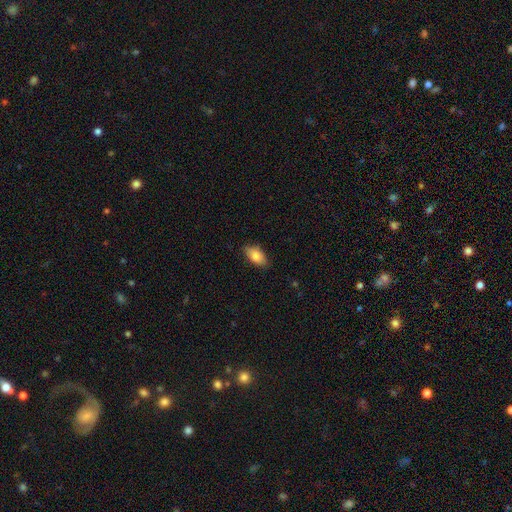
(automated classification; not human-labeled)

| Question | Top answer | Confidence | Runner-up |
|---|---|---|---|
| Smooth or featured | smooth | 83% | featured or disk (10%) |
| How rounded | in between | 91% | round (5%) |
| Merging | none | 81% | minor disturbance (15%) |